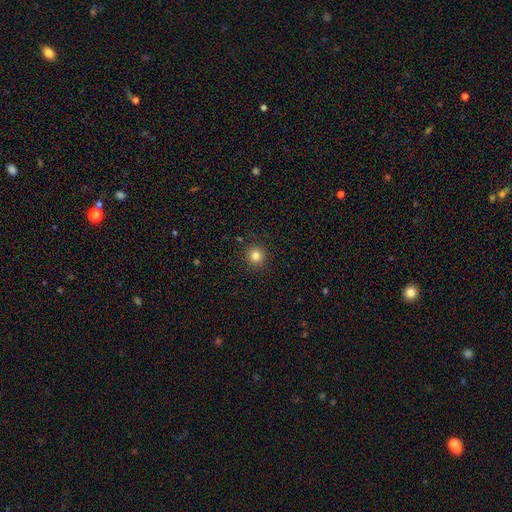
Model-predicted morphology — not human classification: A smooth galaxy with no disk features (82%) that is round (94%). Merging: none (91%).